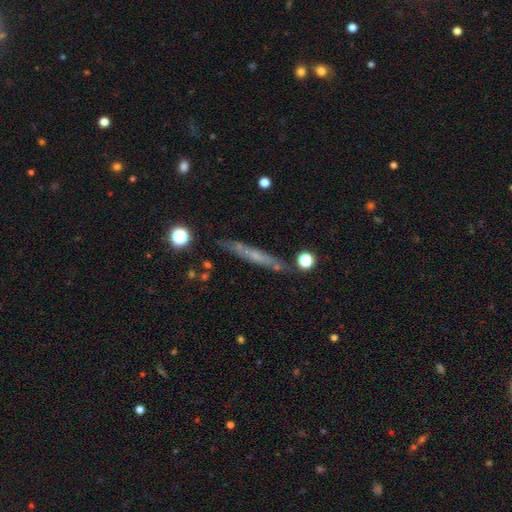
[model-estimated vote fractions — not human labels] Q: Smooth or featured?
A: featured or disk (49%); runner-up: smooth (42%)
Q: Merging?
A: none (79%); runner-up: minor disturbance (14%)